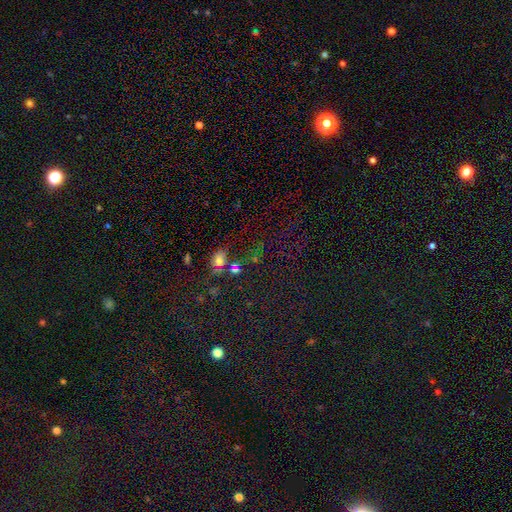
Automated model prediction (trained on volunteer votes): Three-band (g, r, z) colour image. It shows a star or artifact, not a galaxy (50%).